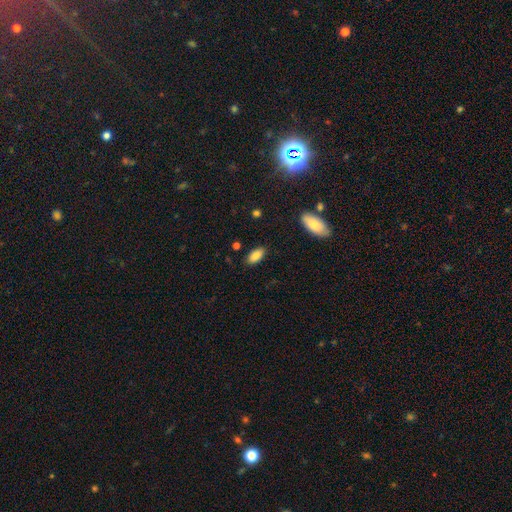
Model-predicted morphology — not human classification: The model was most divided on "merging": none: 85%, minor disturbance: 11%, major disturbance: 2%, merger: 2%. More confident: how rounded — in between (90%); smooth or featured — smooth (87%).